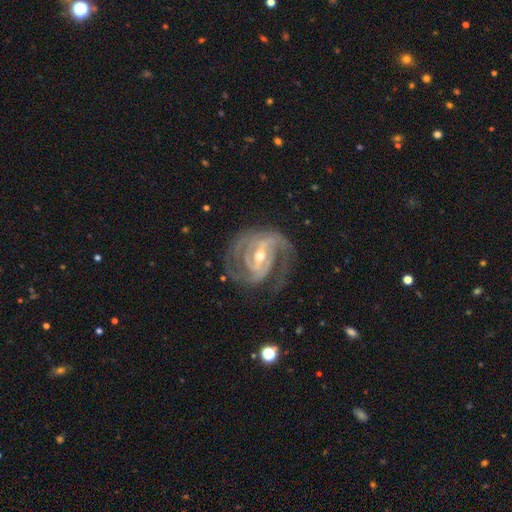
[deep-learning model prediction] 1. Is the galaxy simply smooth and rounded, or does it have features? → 89% featured or disk, 6% star or artifact, 5% smooth.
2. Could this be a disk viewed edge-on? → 96% no, 4% yes.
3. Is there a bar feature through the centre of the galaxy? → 49% strong, 36% weak, 15% no.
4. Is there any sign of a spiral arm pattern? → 96% yes, 4% no.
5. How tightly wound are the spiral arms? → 44% medium, 43% tight, 13% loose.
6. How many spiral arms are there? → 52% 2, 19% 3, 14% can't tell, 7% 1, 5% 4, 4% more than 4.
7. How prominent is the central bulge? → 49% moderate, 47% small, 2% large, 1% none, 1% dominant.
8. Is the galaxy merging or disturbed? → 65% none, 18% minor disturbance, 15% major disturbance, 2% merger.